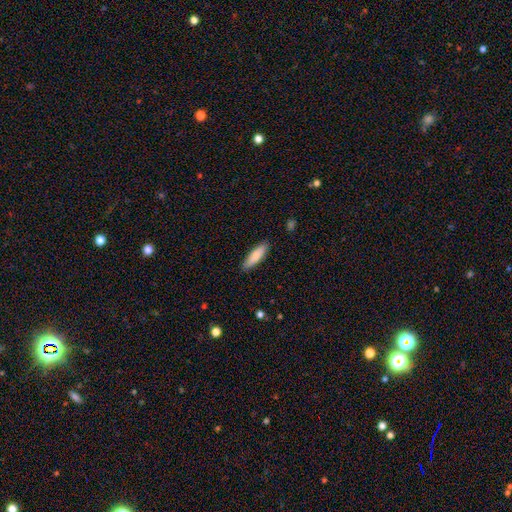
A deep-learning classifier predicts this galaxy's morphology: This appears to be a smooth galaxy with no disk features (81%) that is cigar-shaped (63%). Merging: none (88%).